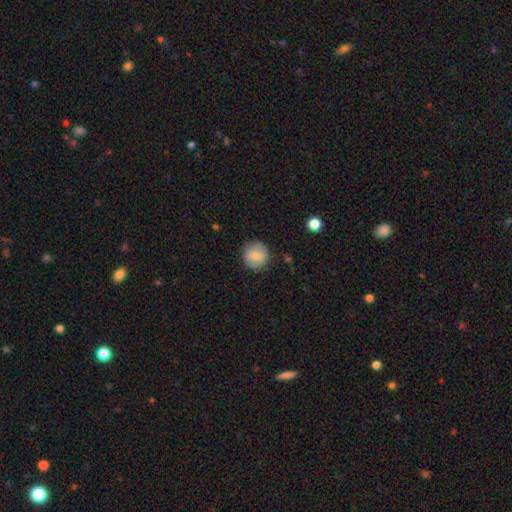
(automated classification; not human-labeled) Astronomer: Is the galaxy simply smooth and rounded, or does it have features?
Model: smooth — 79%.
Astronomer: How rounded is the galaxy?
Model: round — 91%.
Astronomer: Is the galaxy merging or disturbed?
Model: none — 85%.